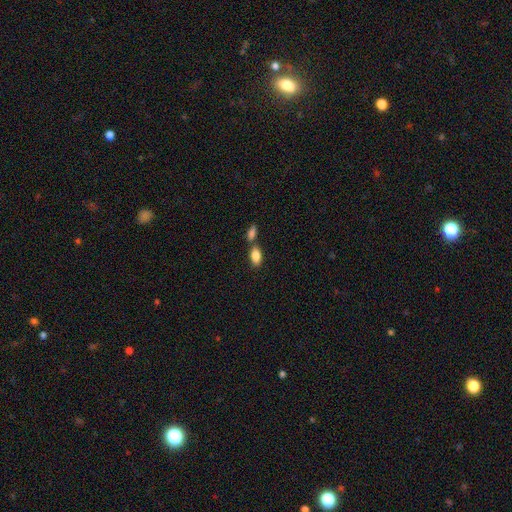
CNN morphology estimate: Q: Smooth or featured?
A: smooth (84%); runner-up: featured or disk (8%)
Q: How rounded?
A: in between (91%); runner-up: cigar-shaped (5%)
Q: Merging?
A: none (56%); runner-up: merger (31%)